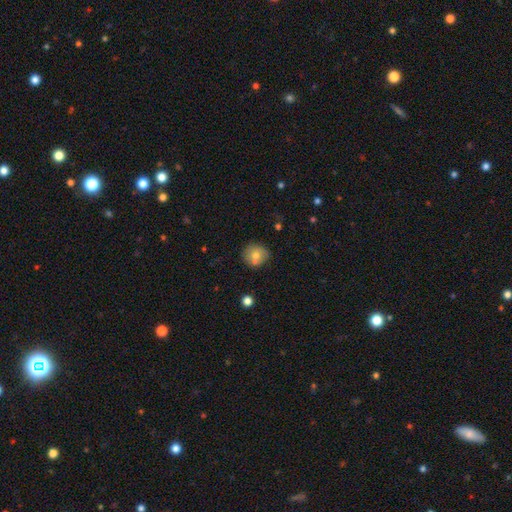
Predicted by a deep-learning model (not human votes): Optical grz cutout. It shows a smooth galaxy with no disk features (73%) that is round (87%). Merging: none (68%).